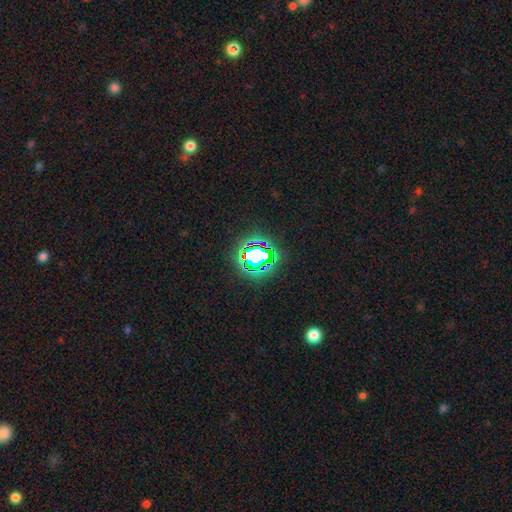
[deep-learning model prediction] Overall: star or artifact (64%).